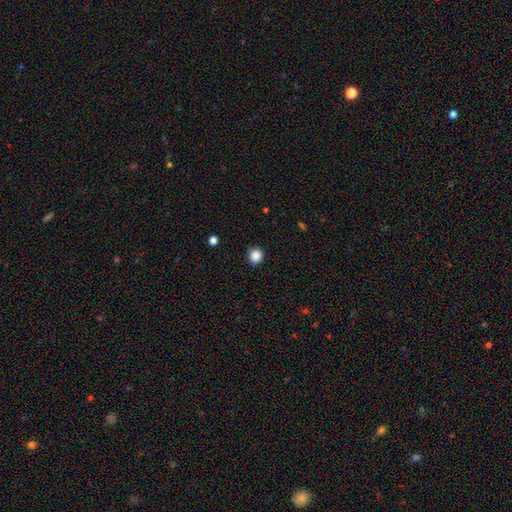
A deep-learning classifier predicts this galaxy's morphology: This appears to be a smooth galaxy with no disk features (87%) that is round (89%). Merging: none (88%).